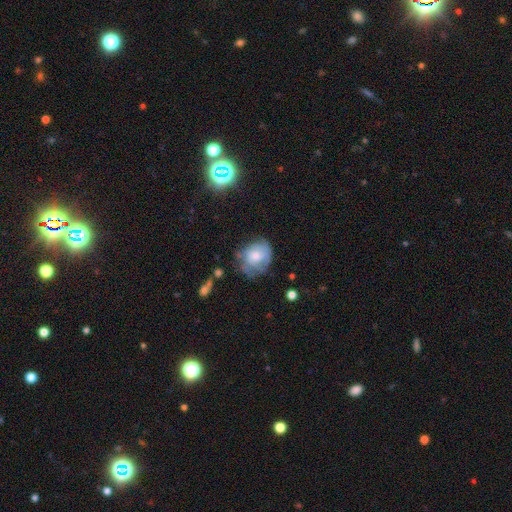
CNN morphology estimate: Q: Smooth or featured?
A: featured or disk (49%); runner-up: smooth (42%)
Q: Merging?
A: none (54%); runner-up: minor disturbance (28%)